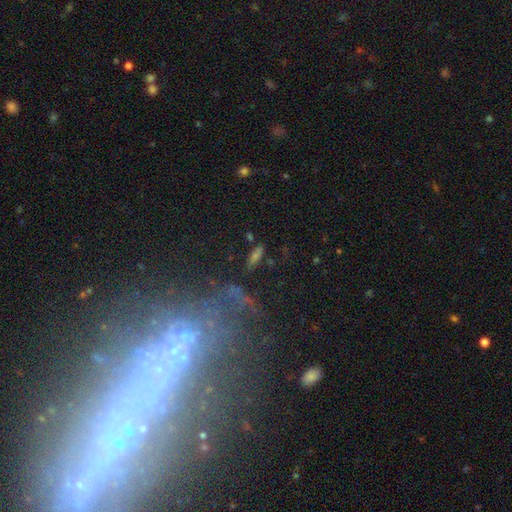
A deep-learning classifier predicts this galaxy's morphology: Smooth or featured: featured or disk — 39% (tied with smooth — 39%)
Merging: none — 71% (minor disturbance — 14%)